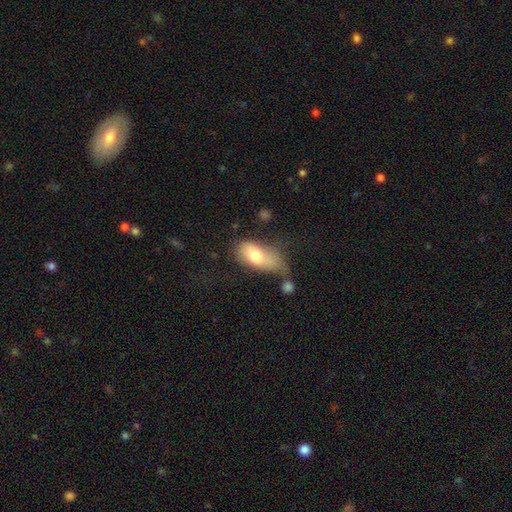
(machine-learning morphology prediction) smooth 72%, featured or disk 21%, star or artifact 7%. Down the decision tree: how rounded — in between (89%); merging — none (30%).